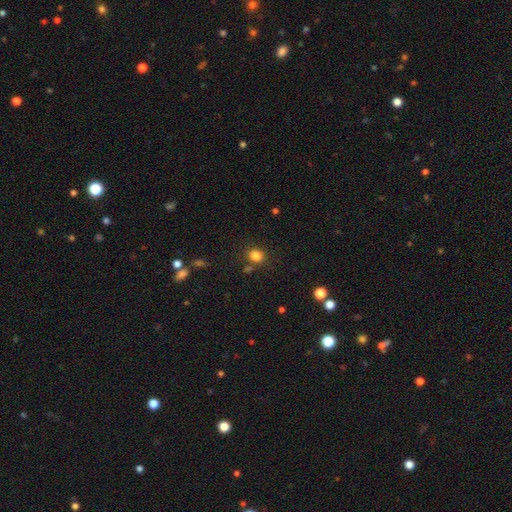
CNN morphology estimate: The model was most divided on "how rounded": round: 73%, in between: 26%, cigar-shaped: 1%. More confident: smooth or featured — smooth (82%); merging — none (78%).